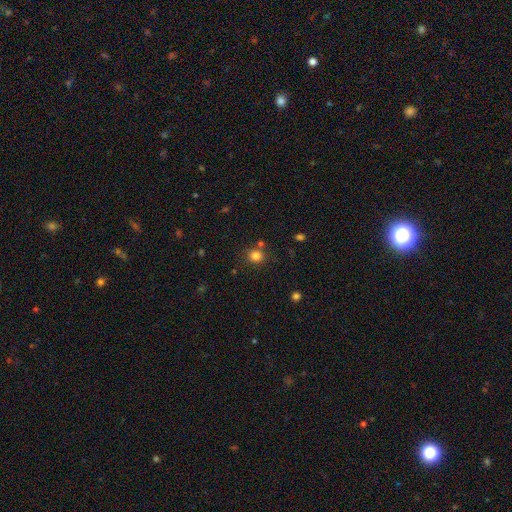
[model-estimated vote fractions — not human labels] Smooth or featured? smooth (81%)
How rounded? round (84%)
Merging? none (79%)